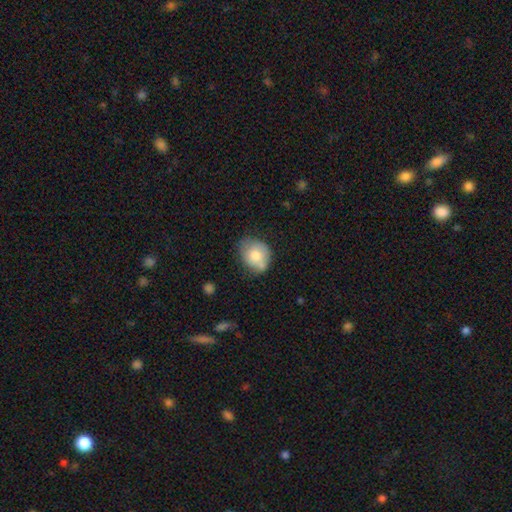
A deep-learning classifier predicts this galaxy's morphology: Smooth or featured? smooth (75%)
How rounded? round (60%)
Merging? none (52%)